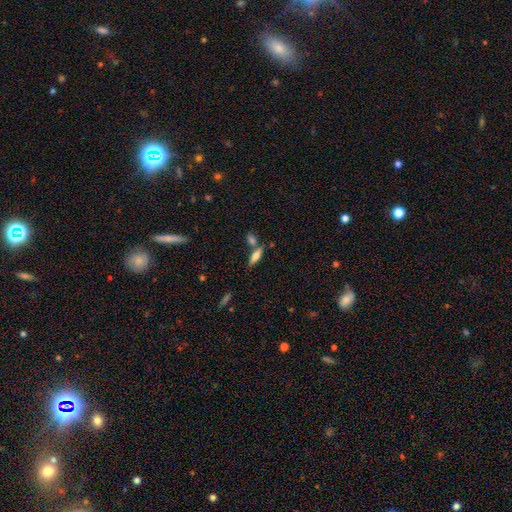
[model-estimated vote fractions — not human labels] Q: Smooth or featured?
A: smooth (60%); runner-up: featured or disk (32%)
Q: How rounded?
A: cigar-shaped (54%); runner-up: in between (43%)
Q: Merging?
A: none (63%); runner-up: merger (23%)